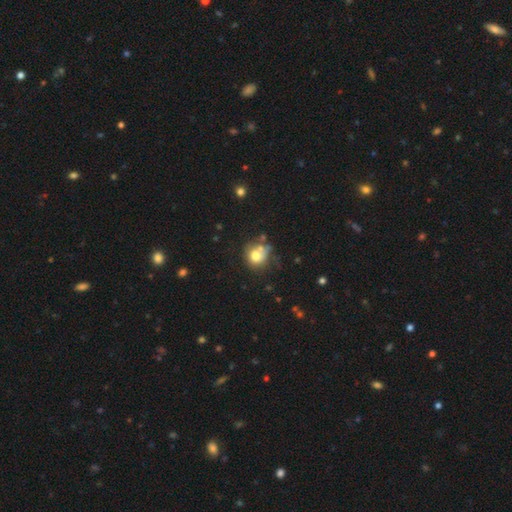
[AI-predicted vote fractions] smooth-or-featured: smooth: 74% | featured or disk: 15% | star or artifact: 12%
  how-rounded: round: 82% | in between: 17% | cigar-shaped: 1%
  merging: none: 51% | merger: 21% | minor disturbance: 19% | major disturbance: 9%